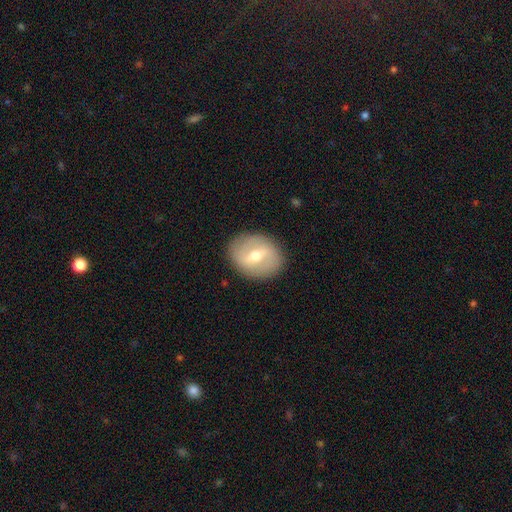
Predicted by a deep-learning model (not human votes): Morphology: type=featured or disk (56%); edge-on=no (93%); bar=weak (47%); spiral arms=no (59%); bulge=moderate (72%); merging=none (87%).